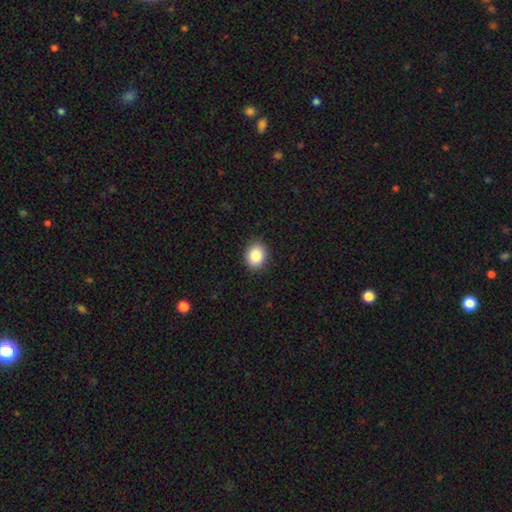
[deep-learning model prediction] The model was most divided on "how rounded": round: 53%, in between: 46%, cigar-shaped: 1%. More confident: merging — none (89%); smooth or featured — smooth (88%).